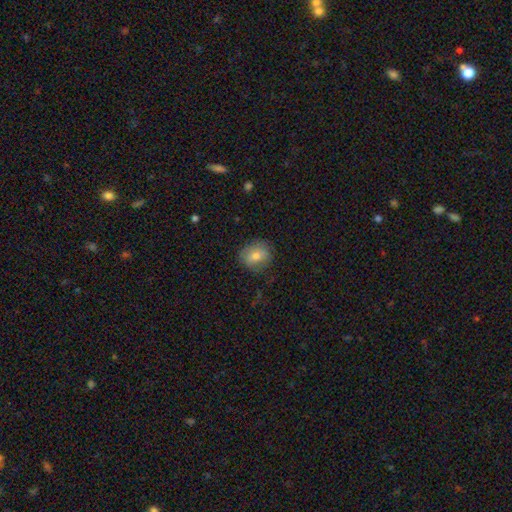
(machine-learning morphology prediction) The model was most divided on "how rounded": round: 63%, in between: 36%, cigar-shaped: 1%. More confident: merging — none (80%); smooth or featured — smooth (74%).